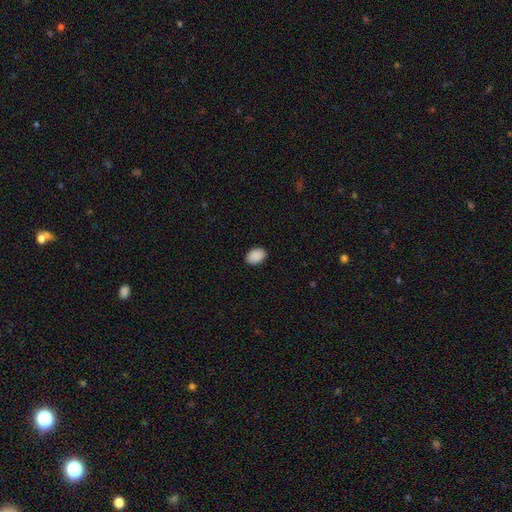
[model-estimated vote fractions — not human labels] This is clearly a smooth galaxy (91%). How rounded: clearly in between (83%). Merging: clearly none (90%).